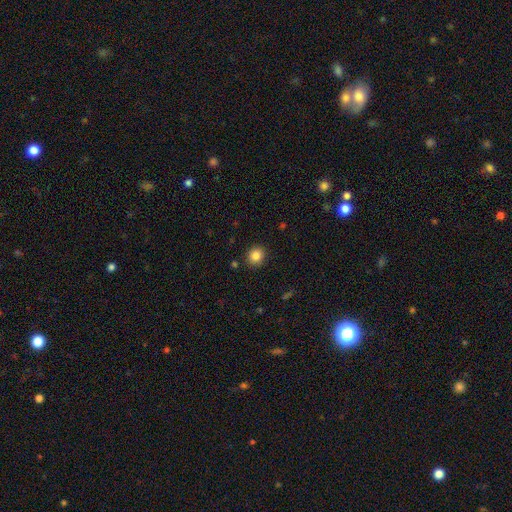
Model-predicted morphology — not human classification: Q: Smooth or featured?
A: smooth (85%); runner-up: star or artifact (10%)
Q: How rounded?
A: round (80%); runner-up: in between (20%)
Q: Merging?
A: none (90%); runner-up: minor disturbance (7%)